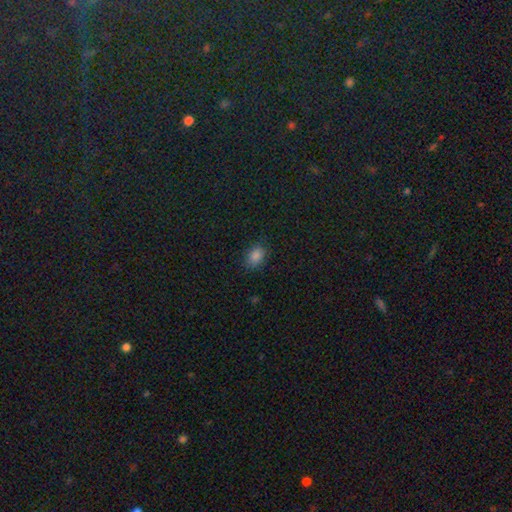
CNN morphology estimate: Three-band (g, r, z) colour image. It shows a smooth galaxy with no disk features (85%) that is in between round and cigar-shaped (82%). Merging: none (84%).